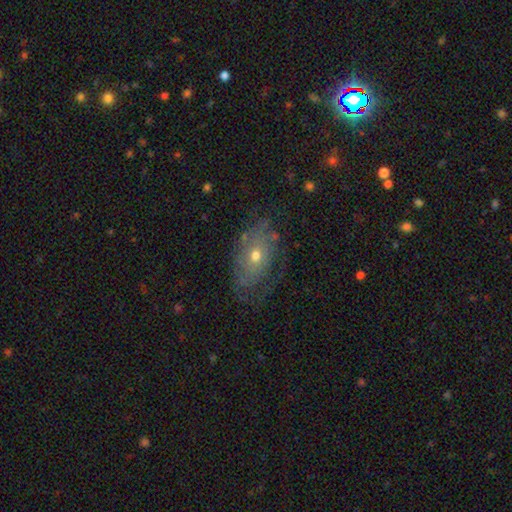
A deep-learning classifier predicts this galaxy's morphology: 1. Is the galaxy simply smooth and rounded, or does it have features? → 52% featured or disk, 38% smooth, 10% star or artifact.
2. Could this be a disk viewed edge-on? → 90% no, 10% yes.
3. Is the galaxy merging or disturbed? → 61% none, 23% minor disturbance, 14% major disturbance, 2% merger.